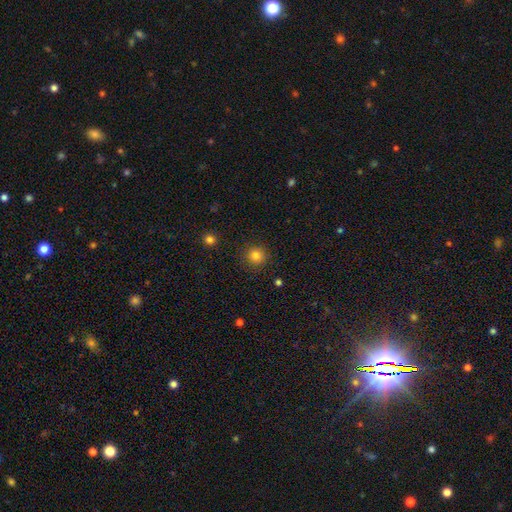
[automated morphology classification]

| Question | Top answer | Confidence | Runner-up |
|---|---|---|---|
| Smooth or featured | smooth | 83% | star or artifact (12%) |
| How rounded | round | 94% | in between (5%) |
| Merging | none | 91% | minor disturbance (6%) |